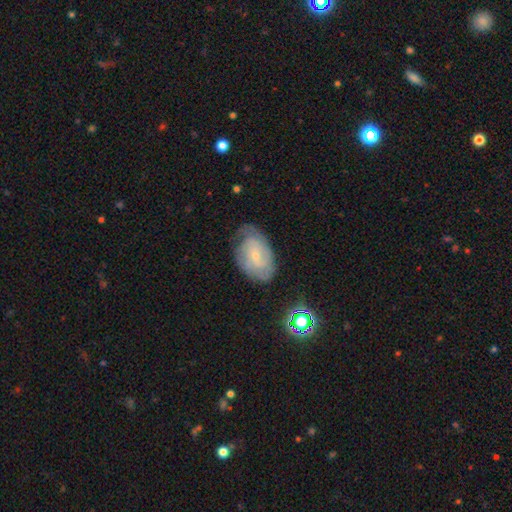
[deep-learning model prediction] Morphology: type=featured or disk (67%); edge-on=no (96%); bar=no (65%); spiral arms=yes (88%); winding=tight (58%); arm count=can't tell (45%); bulge=small (78%); merging=none (59%).